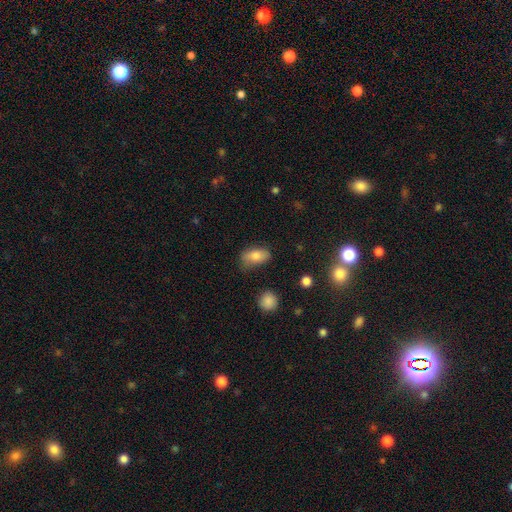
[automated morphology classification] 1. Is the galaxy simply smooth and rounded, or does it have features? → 79% smooth, 12% featured or disk, 9% star or artifact.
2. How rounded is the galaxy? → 88% in between, 8% round, 4% cigar-shaped.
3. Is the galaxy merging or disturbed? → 70% none, 22% minor disturbance, 5% major disturbance, 2% merger.